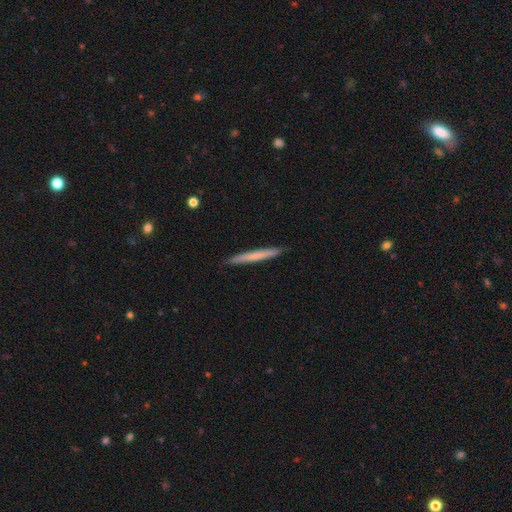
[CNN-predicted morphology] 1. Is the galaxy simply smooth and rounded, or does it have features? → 64% smooth, 31% featured or disk, 5% star or artifact.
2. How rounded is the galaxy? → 97% cigar-shaped, 2% in between, 1% round.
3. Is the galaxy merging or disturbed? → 91% none, 6% minor disturbance, 1% major disturbance, 1% merger.